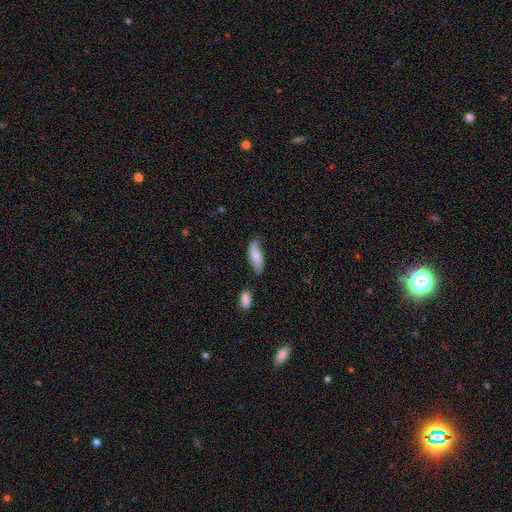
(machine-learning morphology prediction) Smooth or featured: smooth — 61% (featured or disk — 32%)
How rounded: in between — 67% (cigar-shaped — 31%)
Merging: none — 56% (minor disturbance — 28%)